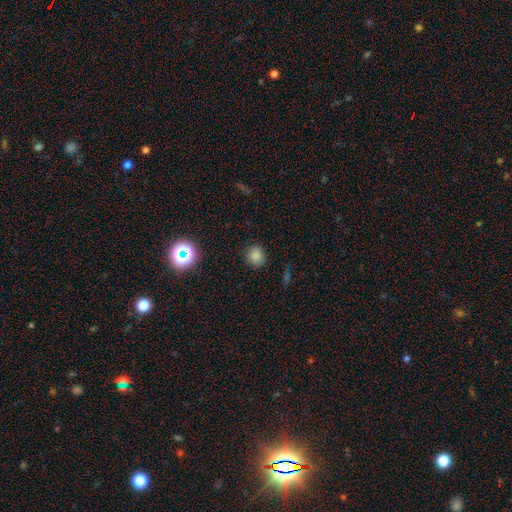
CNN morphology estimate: type=smooth (80%); roundness=round (82%); merging=none (86%).